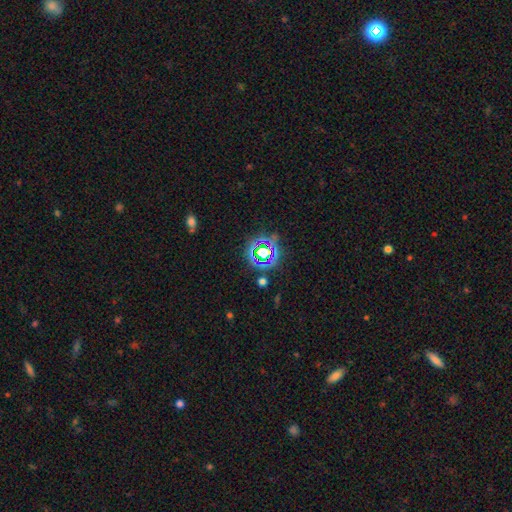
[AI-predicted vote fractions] This is likely a star or artifact rather than a galaxy (68%).